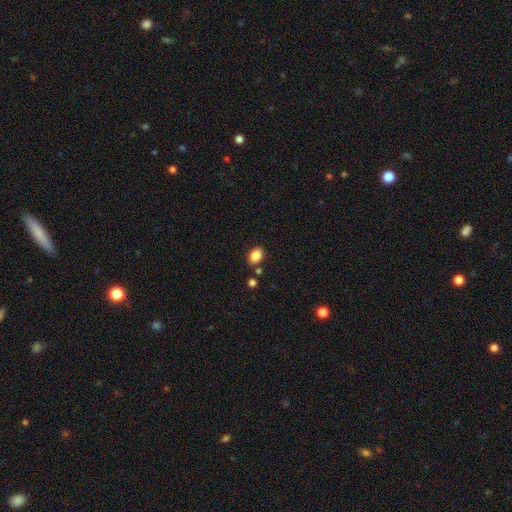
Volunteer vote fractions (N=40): Q: Smooth or featured?
A: smooth (80%); runner-up: featured or disk (10%)
Q: How rounded?
A: in between (91%); runner-up: round (9%)
Q: Merging?
A: none (72%); runner-up: merger (17%)